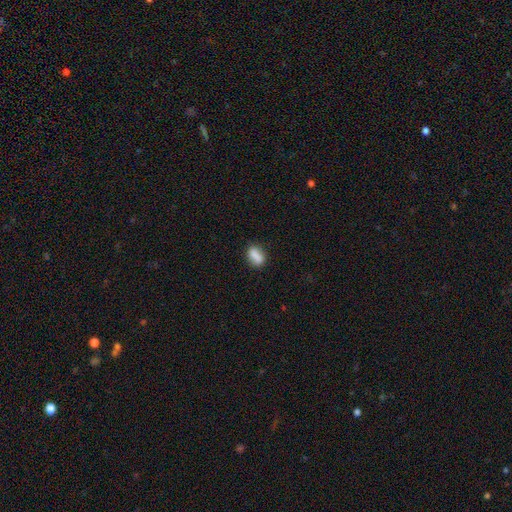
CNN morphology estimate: A smooth galaxy with no disk features (83%) that is in between round and cigar-shaped (77%).

Vote fractions:
- Smooth or featured? smooth: 83% / featured or disk: 8% / star or artifact: 8%
- How rounded? in between: 77% / round: 12% / cigar-shaped: 11%
- Merging? none: 75% / minor disturbance: 16% / merger: 5% / major disturbance: 4%